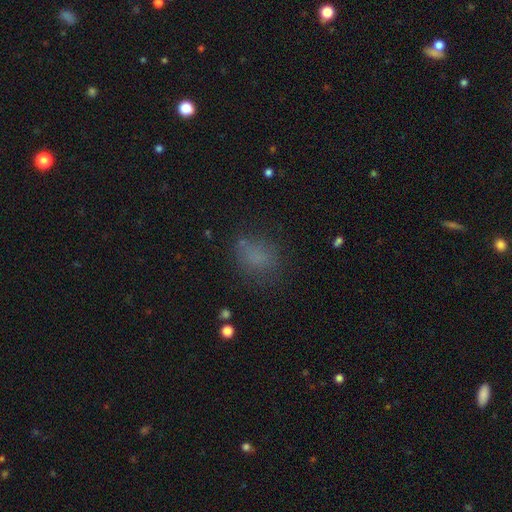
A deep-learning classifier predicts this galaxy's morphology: Overall: smooth (72%). How rounded: in between (57%; round 41%). Merging: none (68%).